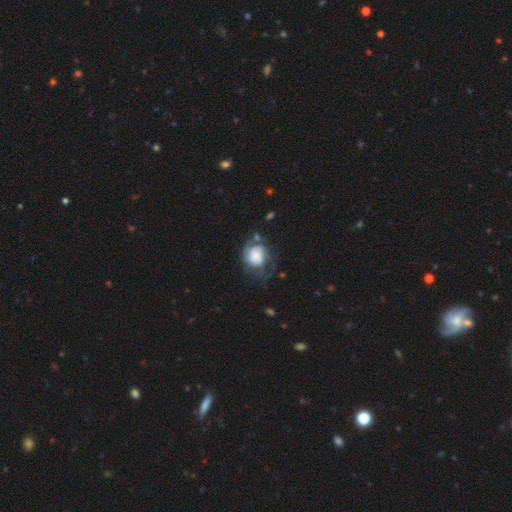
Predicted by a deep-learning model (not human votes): smooth-or-featured: featured or disk: 49% | smooth: 43% | star or artifact: 8%
  merging: none: 39% | major disturbance: 30% | minor disturbance: 27% | merger: 5%